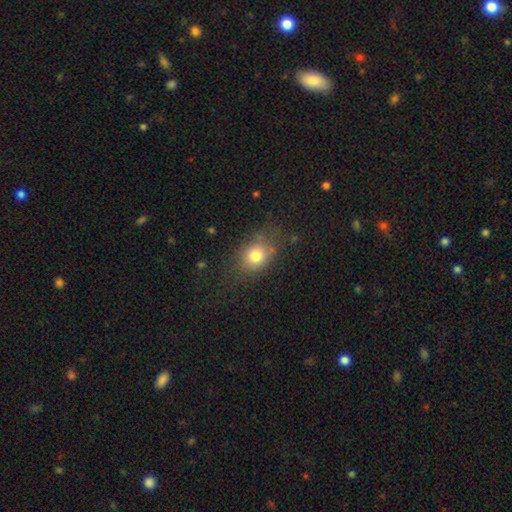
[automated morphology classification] A smooth galaxy with no disk features (78%) that is round (51%).

Vote fractions:
- Smooth or featured? smooth: 78% / star or artifact: 11% / featured or disk: 10%
- How rounded? round: 51% / in between: 48% / cigar-shaped: 1%
- Merging? none: 69% / minor disturbance: 19% / major disturbance: 9% / merger: 2%